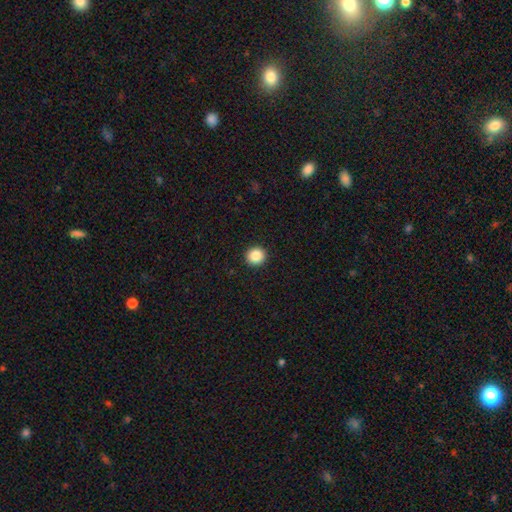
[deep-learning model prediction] Smooth or featured?
  - smooth: 87% *
  - star or artifact: 10%
  - featured or disk: 4%
How rounded?
  - round: 93% *
  - in between: 6%
  - cigar-shaped: 1%
Merging?
  - none: 93% *
  - minor disturbance: 4%
  - major disturbance: 2%
  - merger: 1%